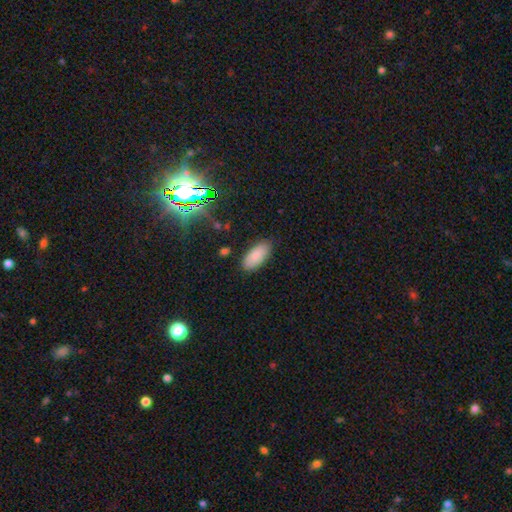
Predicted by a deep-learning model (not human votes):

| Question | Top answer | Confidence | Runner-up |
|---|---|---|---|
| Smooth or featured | smooth | 87% | star or artifact (7%) |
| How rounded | in between | 89% | cigar-shaped (9%) |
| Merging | none | 86% | minor disturbance (10%) |